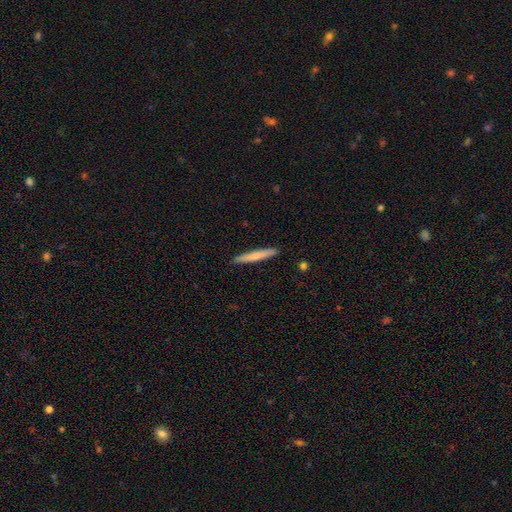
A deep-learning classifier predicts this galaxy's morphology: Overall: smooth (69%). How rounded: cigar-shaped (96%). Merging: none (91%).